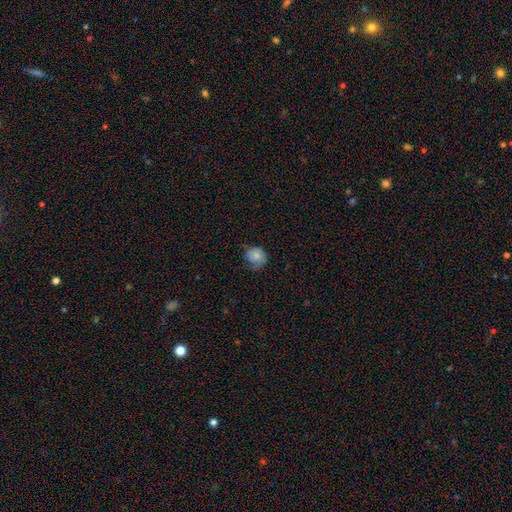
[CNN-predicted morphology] This appears to be a smooth galaxy with no disk features (74%) that is round (74%). Merging: none (54%).